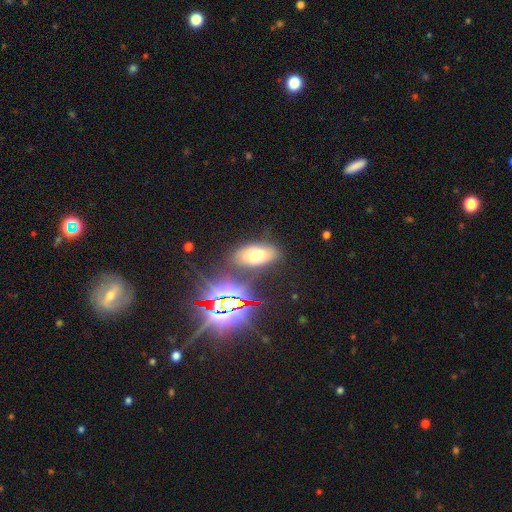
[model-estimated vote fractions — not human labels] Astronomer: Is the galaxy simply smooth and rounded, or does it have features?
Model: smooth — 62%.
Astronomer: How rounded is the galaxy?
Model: in between — 89%.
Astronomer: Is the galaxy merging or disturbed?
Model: none — 76%.